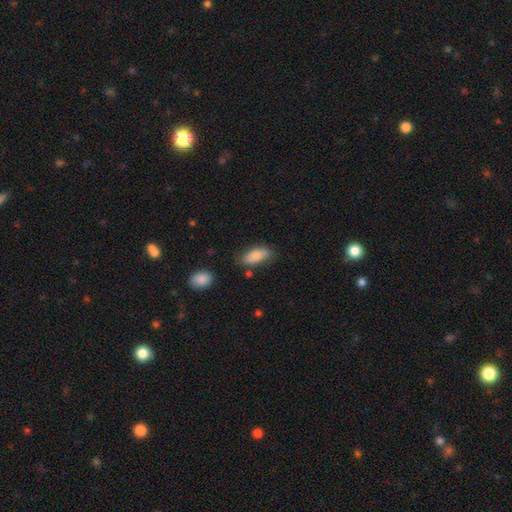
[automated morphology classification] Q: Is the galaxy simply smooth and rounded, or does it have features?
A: smooth — 81%.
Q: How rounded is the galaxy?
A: in between — 84%.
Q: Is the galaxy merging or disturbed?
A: none — 73%.